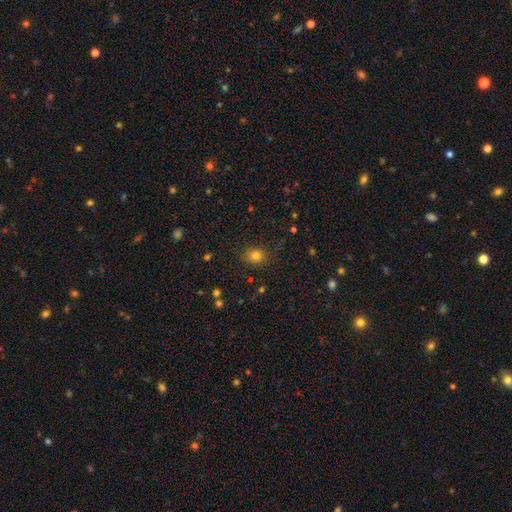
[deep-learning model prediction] Morphology: type=smooth (79%); roundness=round (73%); merging=none (84%).